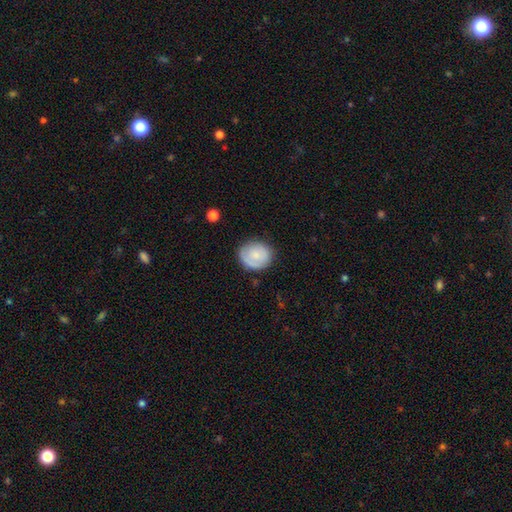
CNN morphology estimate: Smooth or featured: smooth — 71% (featured or disk — 23%)
How rounded: round — 77% (in between — 22%)
Merging: none — 76% (minor disturbance — 17%)